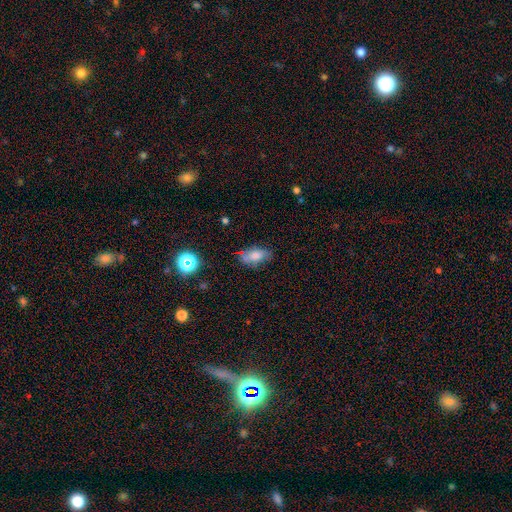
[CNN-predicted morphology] This is likely a smooth galaxy (71%). How rounded: clearly in between (87%). Merging: likely none (66%).